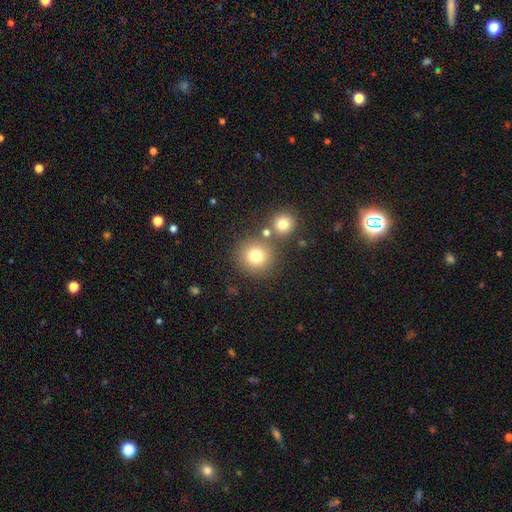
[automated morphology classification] smooth_or_featured: smooth (p=0.78) [alt: star or artifact p=0.12]
how_rounded: round (p=0.92) [alt: in between p=0.07]
merging: none (p=0.74) [alt: merger p=0.13]